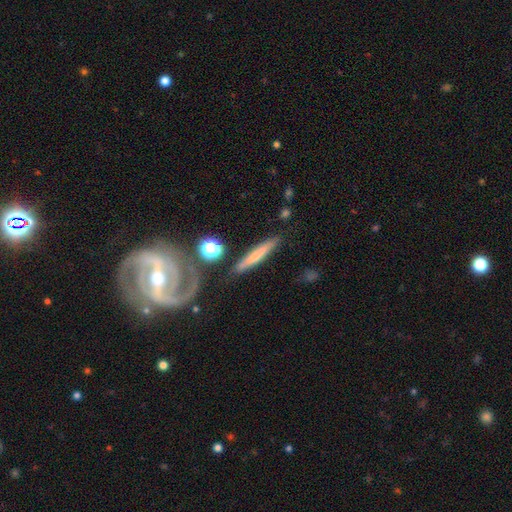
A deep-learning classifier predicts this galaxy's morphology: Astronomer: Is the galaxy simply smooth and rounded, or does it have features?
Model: smooth — 58% (runner-up: featured or disk, 34%).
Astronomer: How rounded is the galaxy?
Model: cigar-shaped — 91%.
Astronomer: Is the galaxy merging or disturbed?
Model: none — 78%.